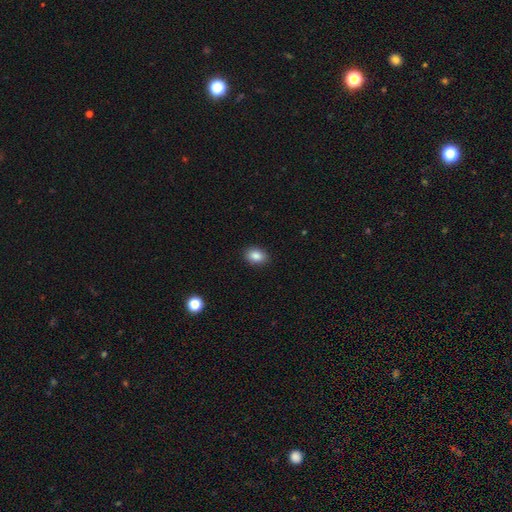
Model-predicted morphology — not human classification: The model was most divided on "how rounded": in between: 75%, round: 24%, cigar-shaped: 1%. More confident: merging — none (89%); smooth or featured — smooth (86%).